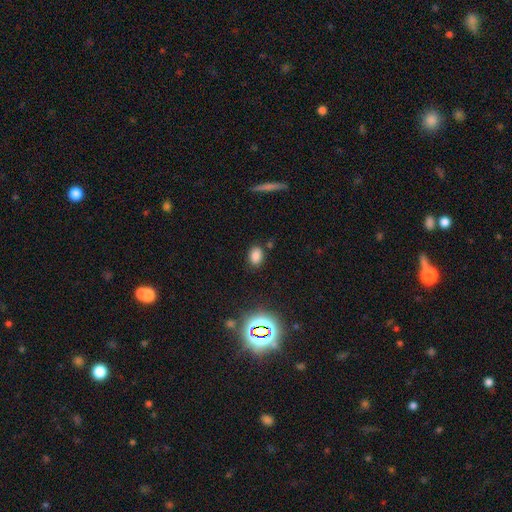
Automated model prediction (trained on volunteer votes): Smooth or featured? smooth (78%)
How rounded? in between (78%)
Merging? none (83%)